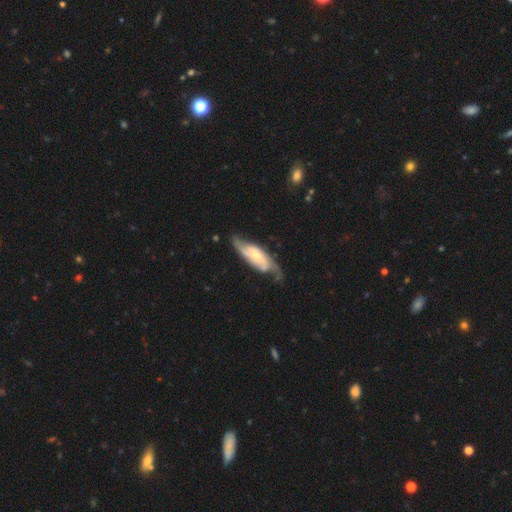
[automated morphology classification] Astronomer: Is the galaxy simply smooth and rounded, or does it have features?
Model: featured or disk — 79%.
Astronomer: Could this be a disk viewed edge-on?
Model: no — 87%.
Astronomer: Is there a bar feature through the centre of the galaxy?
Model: no — 50% (runner-up: weak, 34%).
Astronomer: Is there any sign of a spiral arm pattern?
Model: yes — 94%.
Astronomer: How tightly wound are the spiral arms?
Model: medium — 44% (runner-up: loose, 29%).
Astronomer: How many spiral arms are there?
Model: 2 — 81%.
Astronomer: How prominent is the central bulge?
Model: small — 56% (runner-up: moderate, 35%).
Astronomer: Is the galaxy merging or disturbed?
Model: none — 67%.